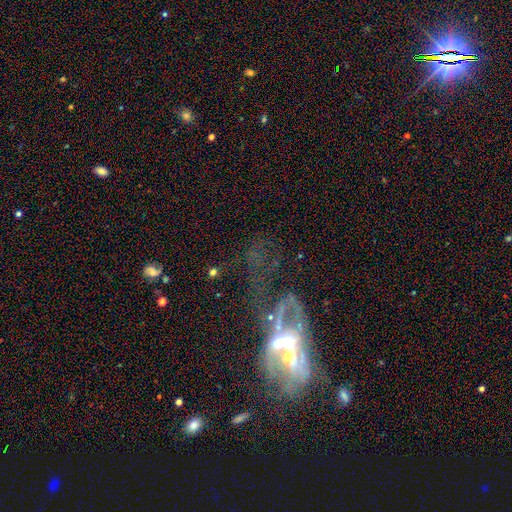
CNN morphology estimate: The model was most divided on "merging": major disturbance: 32%, merger: 30%, none: 26%, minor disturbance: 12%. More confident: edge-on disk — no (84%); smooth or featured — featured or disk (57%).